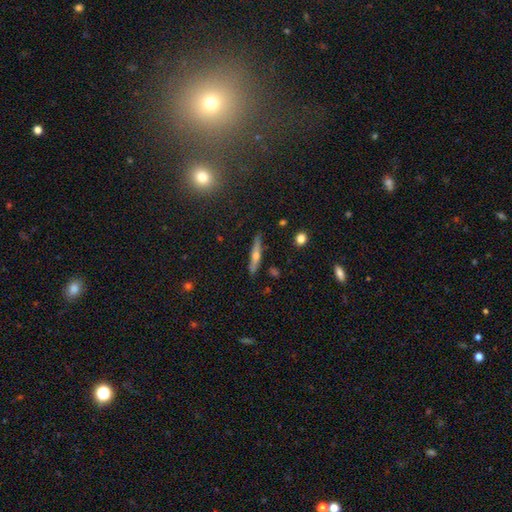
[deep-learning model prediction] featured or disk 54%, smooth 37%, star or artifact 9%. Down the decision tree: edge-on disk — yes (93%); edge-on bulge — rounded (85%); merging — none (86%).